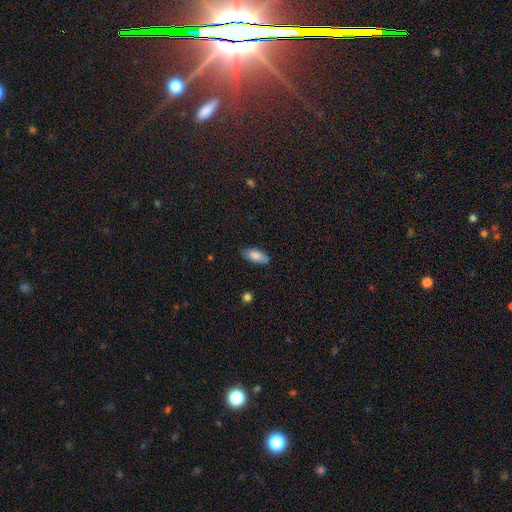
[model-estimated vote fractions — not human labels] smooth_or_featured: smooth (p=0.81) [alt: featured or disk p=0.12]
how_rounded: in between (p=0.84) [alt: cigar-shaped p=0.14]
merging: none (p=0.84) [alt: minor disturbance p=0.13]